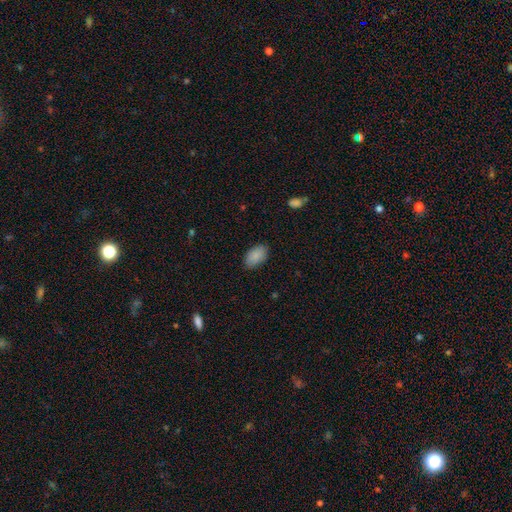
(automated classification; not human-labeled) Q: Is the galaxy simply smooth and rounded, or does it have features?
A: smooth — 88%.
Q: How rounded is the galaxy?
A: in between — 93%.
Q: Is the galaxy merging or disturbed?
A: none — 84%.